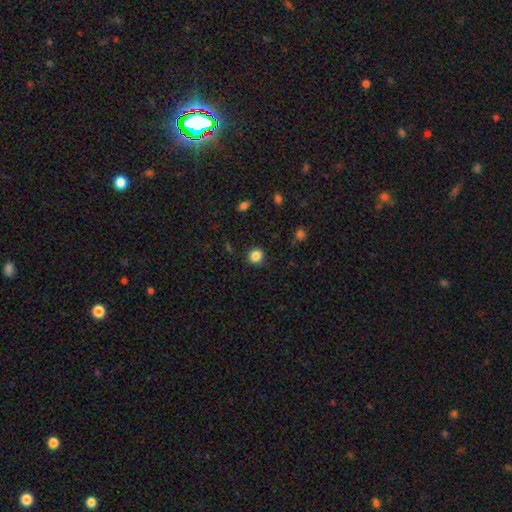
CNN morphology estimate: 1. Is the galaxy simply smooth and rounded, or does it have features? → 85% smooth, 11% star or artifact, 4% featured or disk.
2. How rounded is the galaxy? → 86% round, 13% in between, 1% cigar-shaped.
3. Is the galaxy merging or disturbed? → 88% none, 8% minor disturbance, 2% major disturbance, 1% merger.